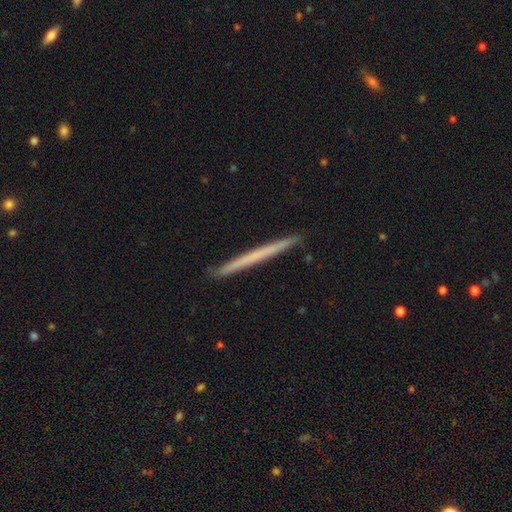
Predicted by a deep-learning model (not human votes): Smooth or featured: smooth — 49% (featured or disk — 45%)
Merging: none — 92% (minor disturbance — 6%)